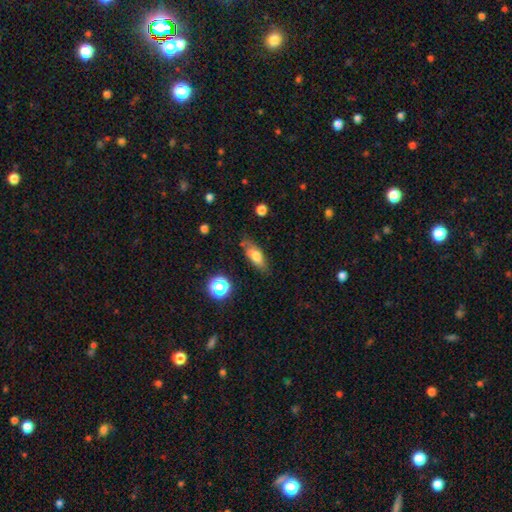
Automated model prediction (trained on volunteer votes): smooth_or_featured: smooth (p=0.69) [alt: featured or disk p=0.22]
how_rounded: in between (p=0.66) [alt: cigar-shaped p=0.28]
merging: none (p=0.71) [alt: minor disturbance p=0.21]